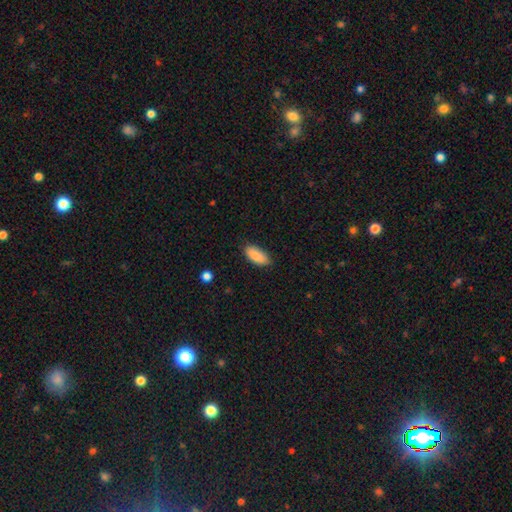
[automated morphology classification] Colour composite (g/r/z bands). It shows a smooth galaxy with no disk features (87%) that is in between round and cigar-shaped (86%). Merging: none (82%).